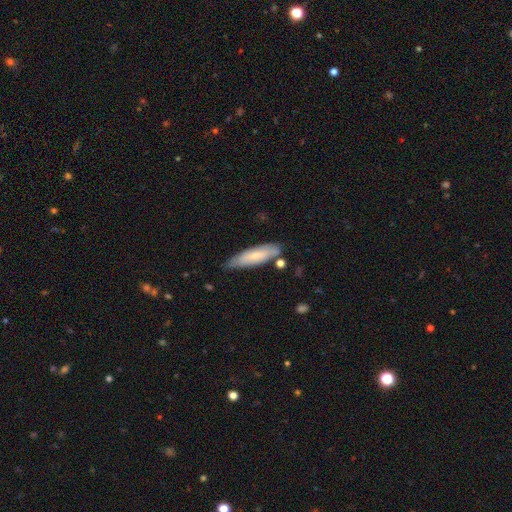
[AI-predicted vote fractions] The model was most divided on "how rounded": cigar-shaped: 64%, in between: 35%, round: 2%. More confident: merging — none (72%); smooth or featured — smooth (70%).